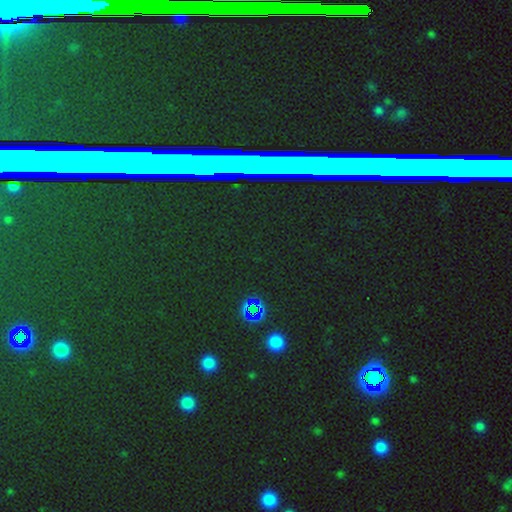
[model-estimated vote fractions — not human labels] Morphology: type=star or artifact (78%).